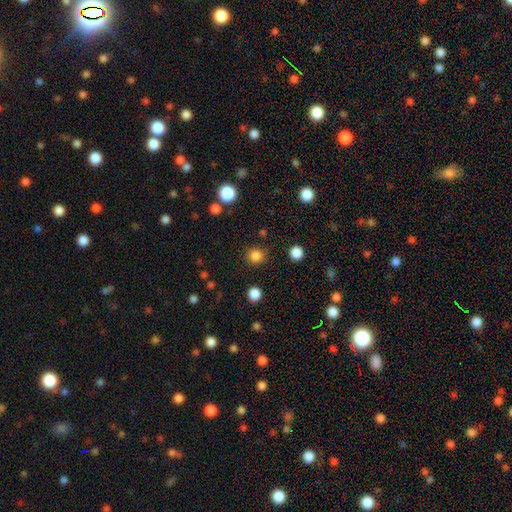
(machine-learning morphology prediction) This appears to be a smooth galaxy with no disk features (83%) that is round (93%). Merging: none (89%).